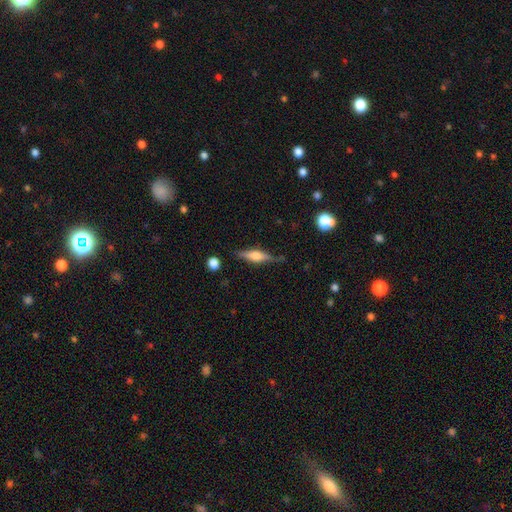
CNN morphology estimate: This is likely a featured or disk galaxy (62%). It is clearly viewed edge-on (96%). Edge-on bulge: clearly rounded (82%). Merging: likely none (79%).